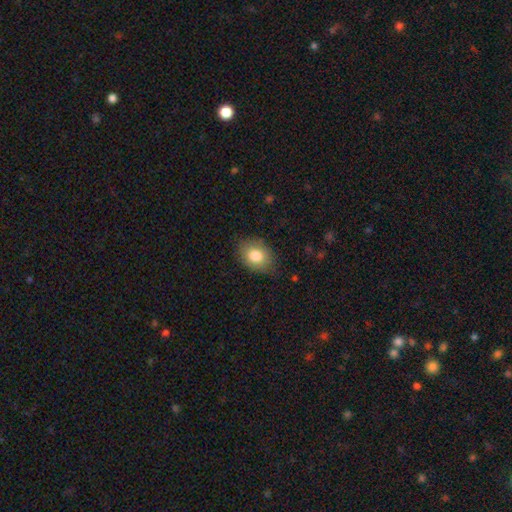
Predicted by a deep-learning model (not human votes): Morphology: type=smooth (81%); roundness=in between (65%); merging=none (77%).